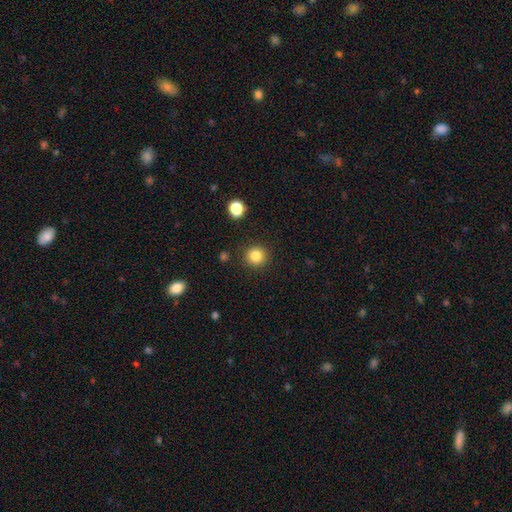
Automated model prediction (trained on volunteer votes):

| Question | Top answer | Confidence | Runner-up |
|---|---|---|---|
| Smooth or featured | smooth | 84% | star or artifact (11%) |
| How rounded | round | 92% | in between (7%) |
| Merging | none | 90% | minor disturbance (6%) |